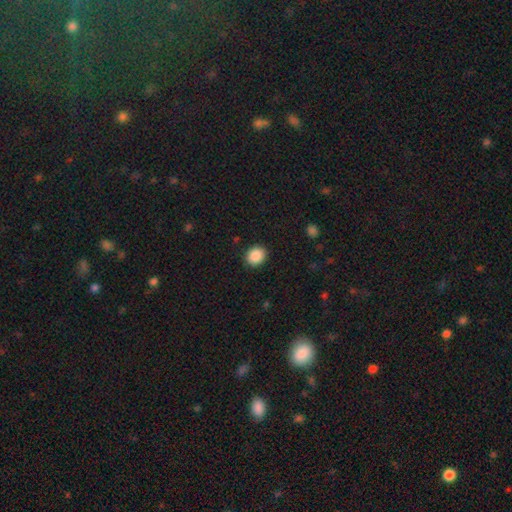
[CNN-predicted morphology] Q: Smooth or featured?
A: smooth (89%); runner-up: star or artifact (8%)
Q: How rounded?
A: round (65%); runner-up: in between (34%)
Q: Merging?
A: none (90%); runner-up: minor disturbance (7%)